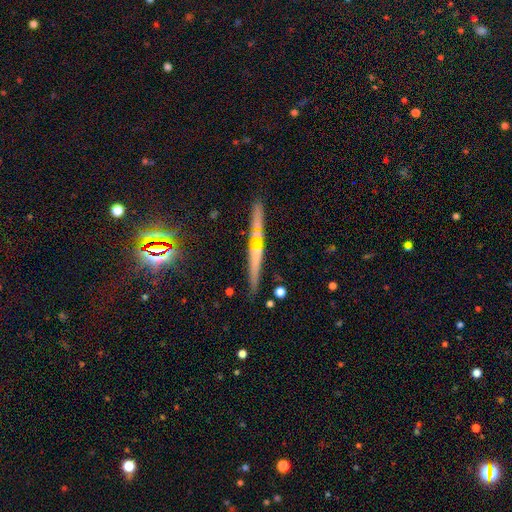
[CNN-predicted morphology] Overall: featured or disk (50%; smooth 38%). Merging: none (77%).